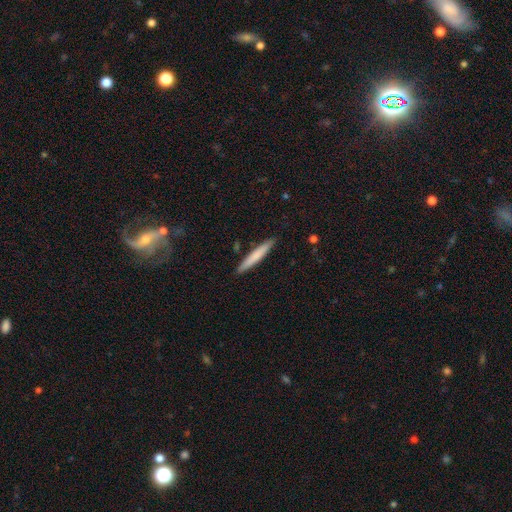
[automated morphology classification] type=smooth (73%); roundness=cigar-shaped (95%); merging=none (90%).